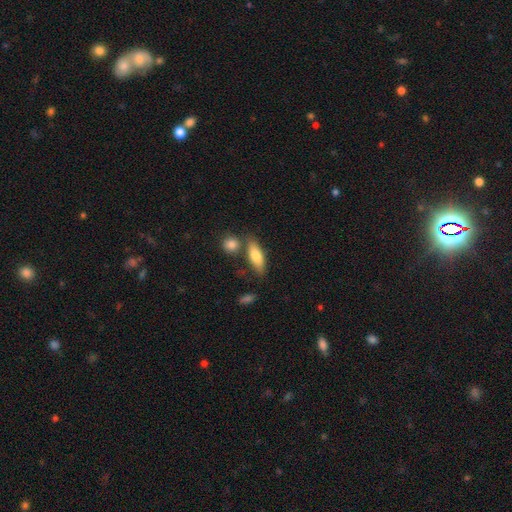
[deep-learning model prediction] Smooth or featured? Predicted: smooth (p=0.75). How rounded? Predicted: in between (p=0.64). Merging? Predicted: none (p=0.67).